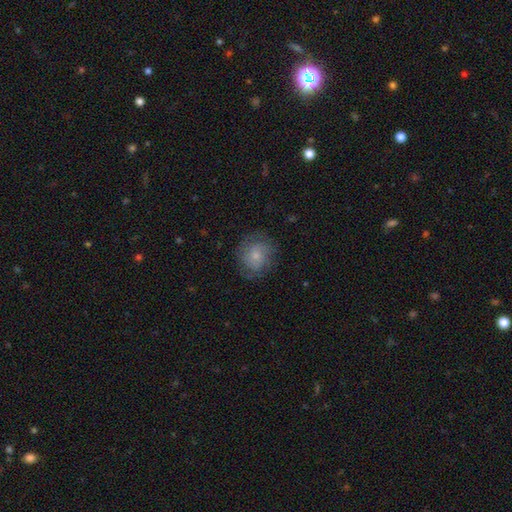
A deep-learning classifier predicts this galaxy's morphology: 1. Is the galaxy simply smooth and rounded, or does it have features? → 56% smooth, 36% featured or disk, 9% star or artifact.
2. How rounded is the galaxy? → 82% round, 17% in between, 1% cigar-shaped.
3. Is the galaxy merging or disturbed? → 74% none, 17% minor disturbance, 8% major disturbance, 1% merger.